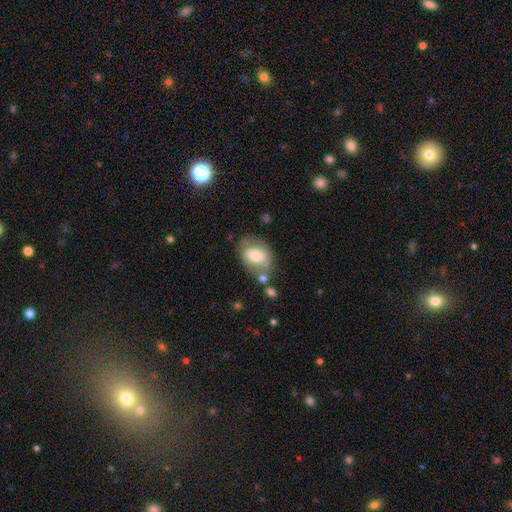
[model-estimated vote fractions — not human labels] A smooth galaxy with no disk features (57%) that is in between round and cigar-shaped (76%). Merging: none (51%).